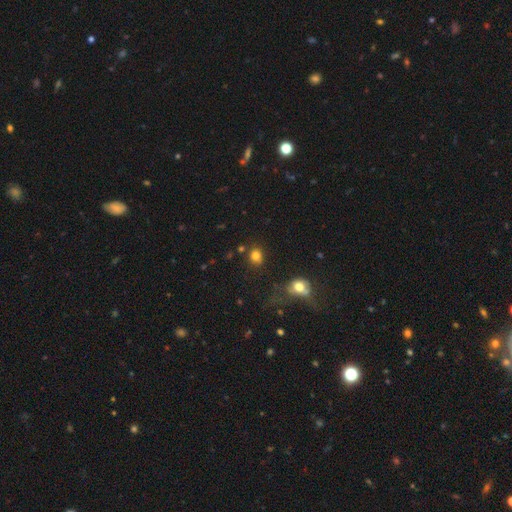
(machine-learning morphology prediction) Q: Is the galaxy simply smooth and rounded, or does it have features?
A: smooth — 81%.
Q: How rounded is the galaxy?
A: round — 70%.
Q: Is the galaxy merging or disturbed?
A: none — 79%.